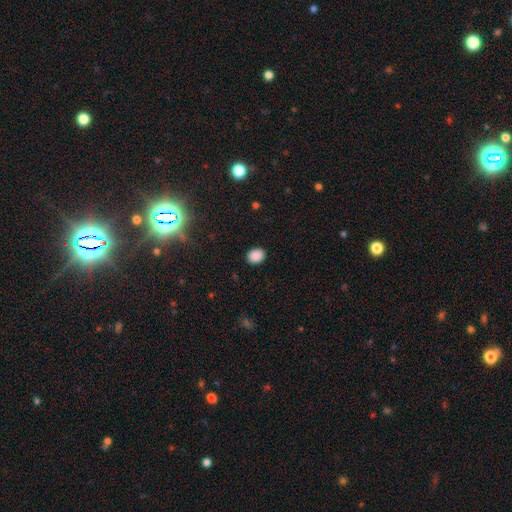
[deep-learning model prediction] smooth_or_featured: smooth (p=0.88) [alt: star or artifact p=0.09]
how_rounded: in between (p=0.51) [alt: round p=0.49]
merging: none (p=0.89) [alt: minor disturbance p=0.07]